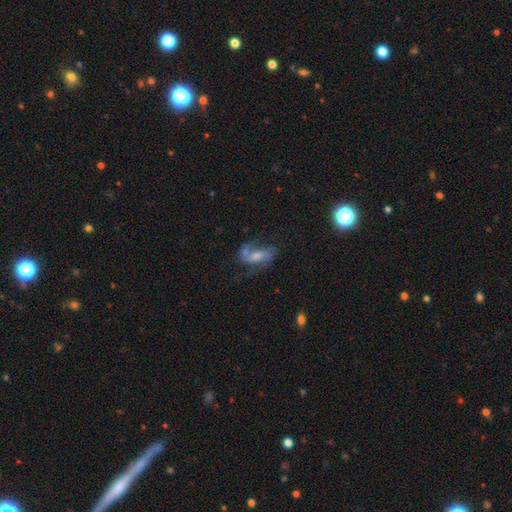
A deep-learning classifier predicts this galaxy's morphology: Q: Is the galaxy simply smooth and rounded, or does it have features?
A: featured or disk — 66%.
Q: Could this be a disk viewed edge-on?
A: no — 93%.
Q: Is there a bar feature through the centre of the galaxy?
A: no — 42%.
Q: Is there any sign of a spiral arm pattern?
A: yes — 82%.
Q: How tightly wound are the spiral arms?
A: loose — 51%.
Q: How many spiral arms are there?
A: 2 — 77%.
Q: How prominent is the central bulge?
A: moderate — 48%.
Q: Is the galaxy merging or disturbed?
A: none — 43%.